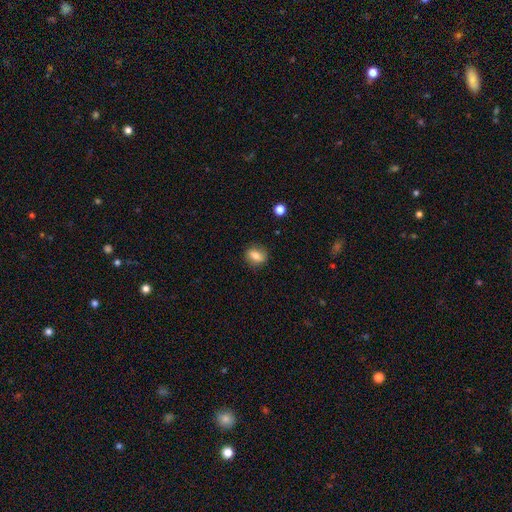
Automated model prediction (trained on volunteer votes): smooth 74%, featured or disk 17%, star or artifact 9%. Down the decision tree: how rounded — in between (57%); merging — none (82%).